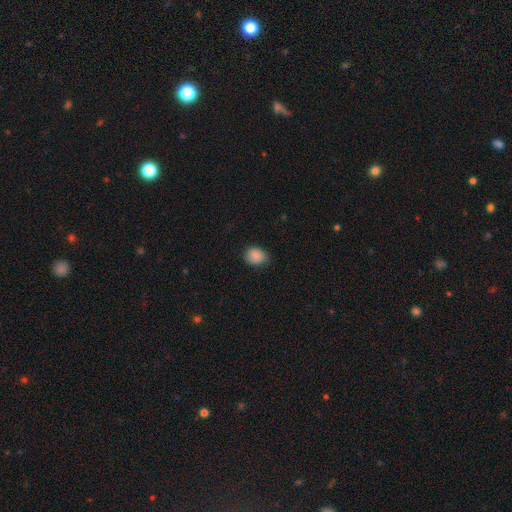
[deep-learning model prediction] Overall: smooth (88%). How rounded: in between (50%; round 49%). Merging: none (74%).